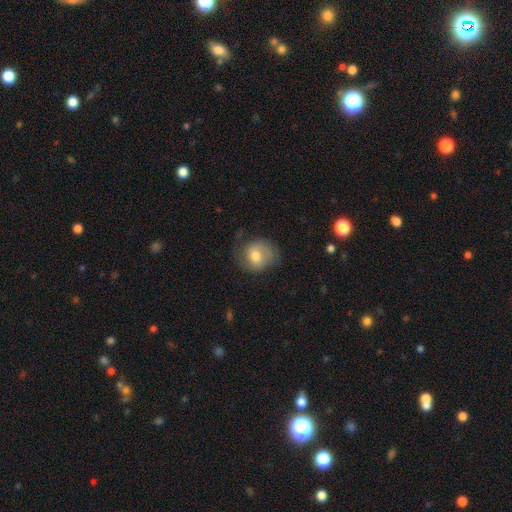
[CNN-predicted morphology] The model was most divided on "smooth or featured": smooth: 49%, featured or disk: 44%, star or artifact: 8%. More confident: merging — none (62%).